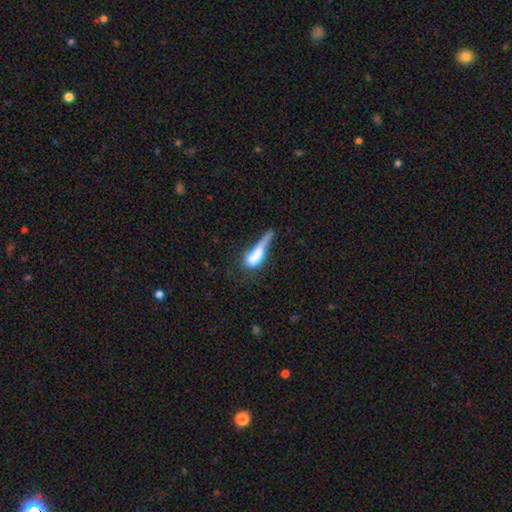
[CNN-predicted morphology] This appears to be a smooth galaxy with no disk features (59%) that is cigar-shaped (55%). Merging: major disturbance (33%).